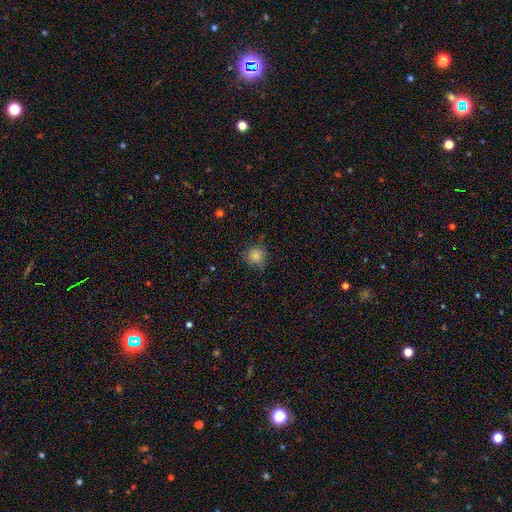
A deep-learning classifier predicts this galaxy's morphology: This is clearly a smooth galaxy (81%). How rounded: clearly round (87%). Merging: likely none (70%).